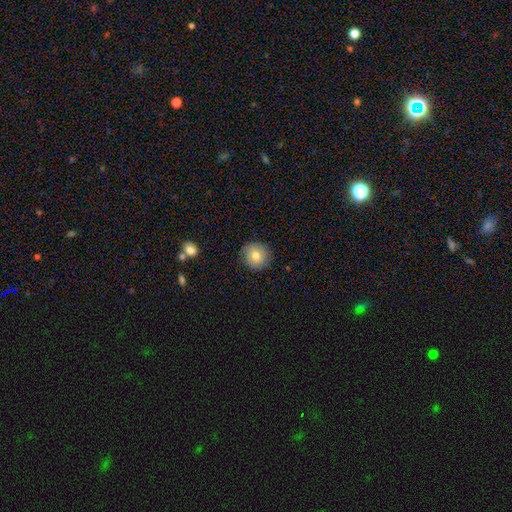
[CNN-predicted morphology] Q: Smooth or featured?
A: smooth (71%); runner-up: featured or disk (20%)
Q: How rounded?
A: round (91%); runner-up: in between (8%)
Q: Merging?
A: none (83%); runner-up: minor disturbance (13%)